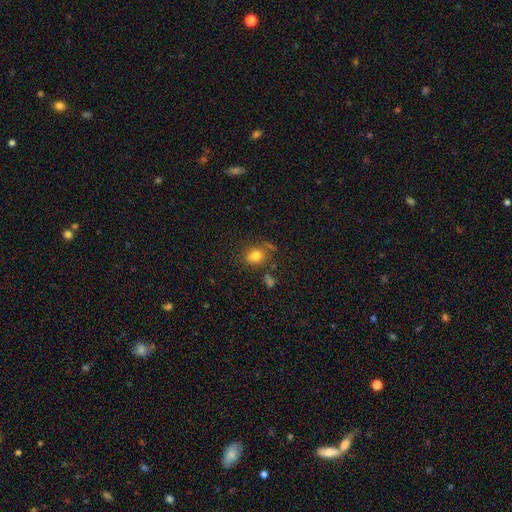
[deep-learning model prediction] This appears to be a smooth galaxy with no disk features (78%) that is round (51%). Merging: none (67%).